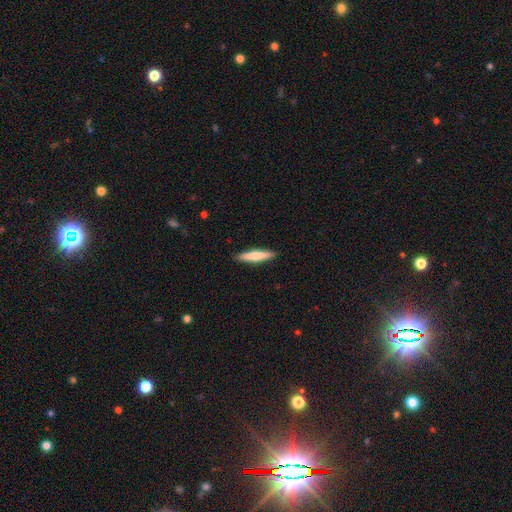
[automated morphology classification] Q: Smooth or featured?
A: smooth (63%); runner-up: featured or disk (32%)
Q: How rounded?
A: cigar-shaped (87%); runner-up: in between (11%)
Q: Merging?
A: none (91%); runner-up: minor disturbance (7%)